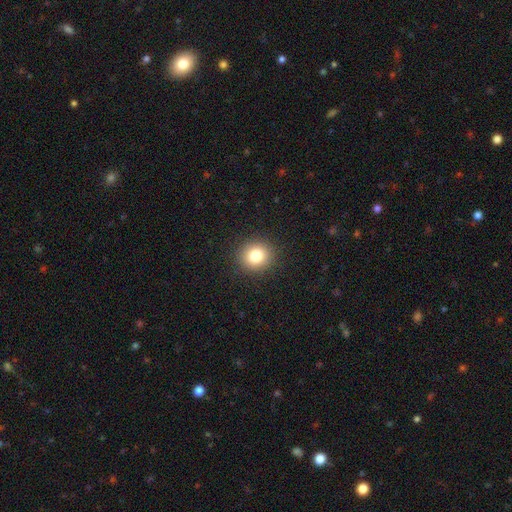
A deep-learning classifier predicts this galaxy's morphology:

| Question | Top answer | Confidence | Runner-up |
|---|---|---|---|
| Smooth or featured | smooth | 81% | star or artifact (11%) |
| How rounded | round | 84% | in between (15%) |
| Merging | none | 91% | minor disturbance (6%) |